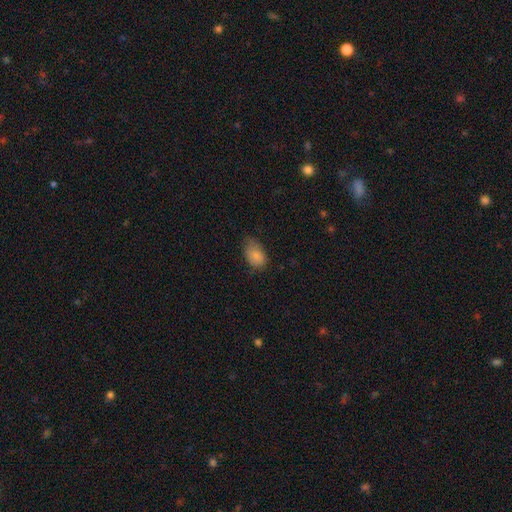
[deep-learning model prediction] This appears to be a smooth galaxy with no disk features (81%) that is in between round and cigar-shaped (86%). Merging: none (53%).